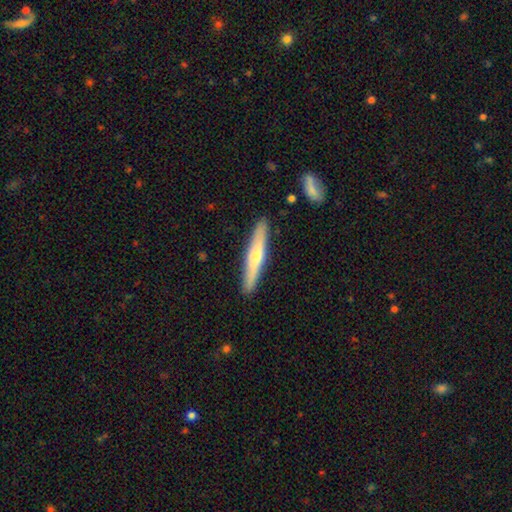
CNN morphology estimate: smooth_or_featured: featured or disk (p=0.48) [alt: smooth p=0.46]
merging: none (p=0.90) [alt: minor disturbance p=0.07]